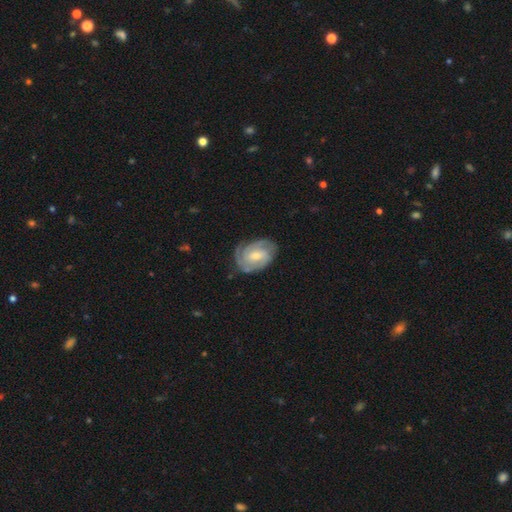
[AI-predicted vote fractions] featured or disk 82%, smooth 13%, star or artifact 5%. Down the decision tree: edge-on disk — no (97%); bar — weak (46%); spiral arms — yes (95%); spiral arm count — 2 (30%, tied with 3); spiral winding — tight (62%); bulge size — small (53%); merging — none (72%).